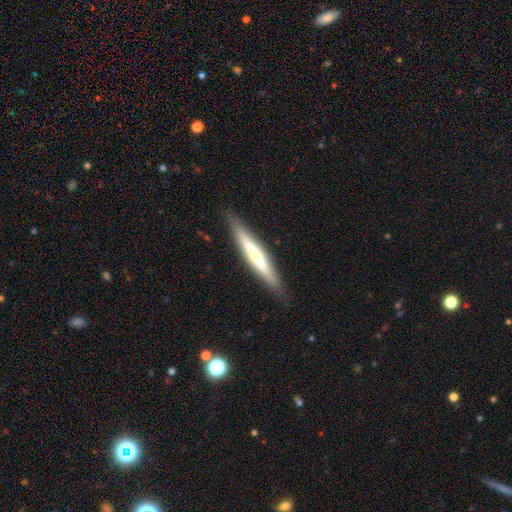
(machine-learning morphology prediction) smooth_or_featured: smooth (p=0.57) [alt: featured or disk p=0.38]
how_rounded: cigar-shaped (p=0.94) [alt: in between p=0.05]
merging: none (p=0.87) [alt: minor disturbance p=0.10]